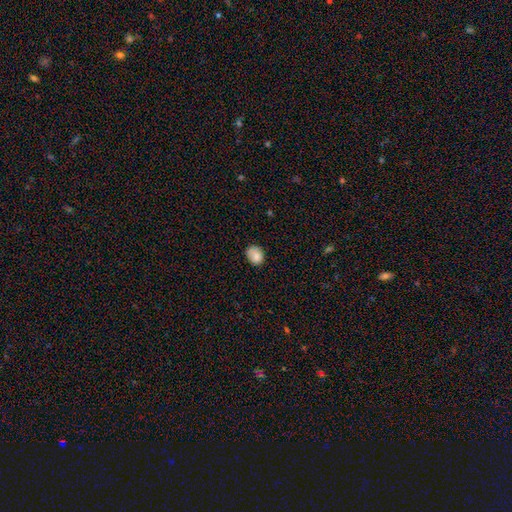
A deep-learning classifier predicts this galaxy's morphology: This appears to be a smooth galaxy with no disk features (83%) that is round (55%). Merging: none (69%).